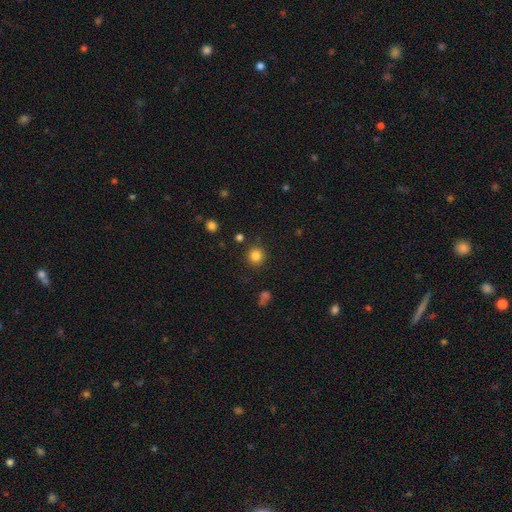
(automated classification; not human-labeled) Morphology: type=smooth (83%); roundness=round (93%); merging=none (88%).